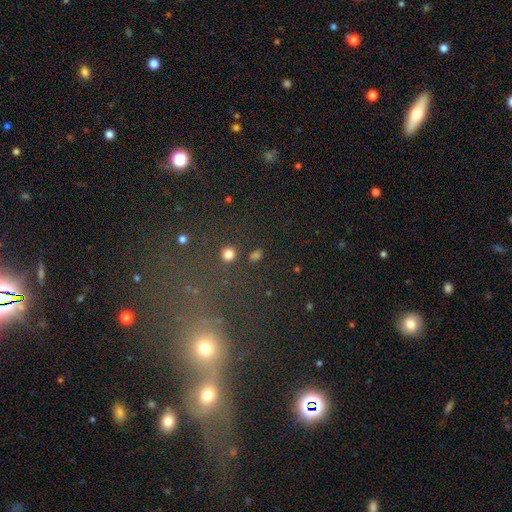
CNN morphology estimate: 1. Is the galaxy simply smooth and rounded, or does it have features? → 61% smooth, 30% star or artifact, 9% featured or disk.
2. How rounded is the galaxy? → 74% round, 23% in between, 3% cigar-shaped.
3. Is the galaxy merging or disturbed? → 81% none, 9% minor disturbance, 6% merger, 5% major disturbance.